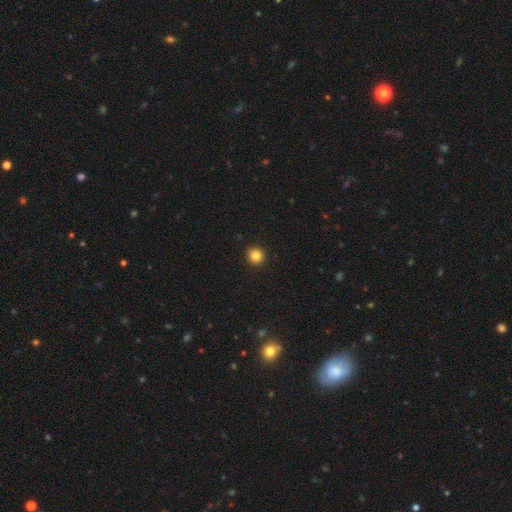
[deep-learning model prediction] Smooth or featured?
  - smooth: 84% *
  - star or artifact: 11%
  - featured or disk: 4%
How rounded?
  - round: 95% *
  - in between: 4%
  - cigar-shaped: 1%
Merging?
  - none: 93% *
  - minor disturbance: 4%
  - major disturbance: 1%
  - merger: 1%